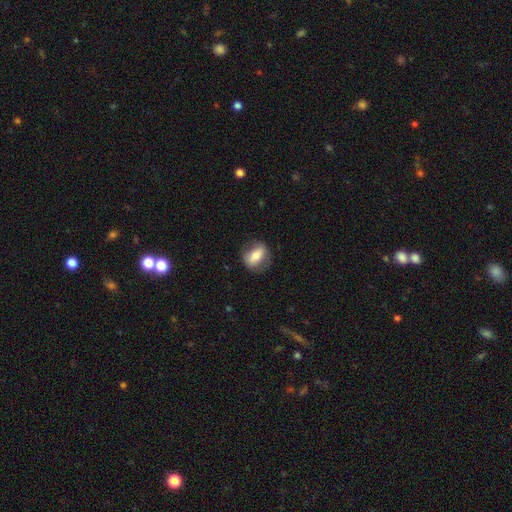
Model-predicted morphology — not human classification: Smooth or featured?
  - smooth: 65% *
  - featured or disk: 28%
  - star or artifact: 7%
How rounded?
  - in between: 68% *
  - round: 28%
  - cigar-shaped: 5%
Merging?
  - none: 78% *
  - minor disturbance: 15%
  - major disturbance: 6%
  - merger: 1%